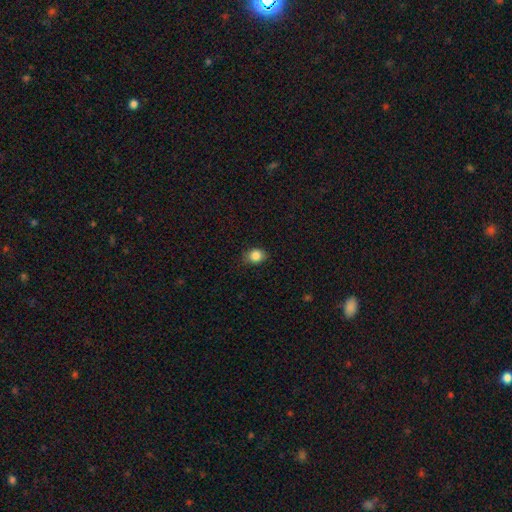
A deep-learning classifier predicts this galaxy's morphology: This appears to be a smooth galaxy with no disk features (86%) that is round (57%). Merging: none (79%).